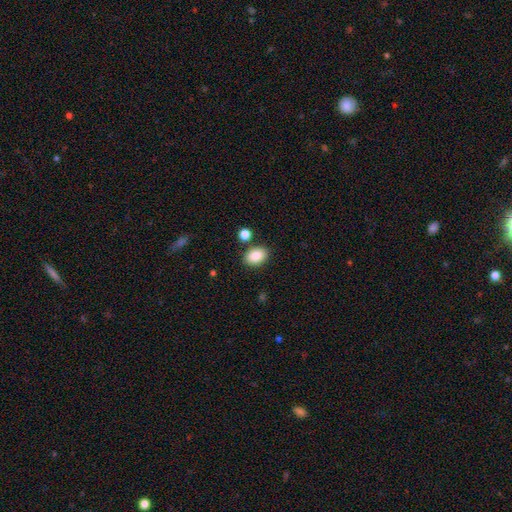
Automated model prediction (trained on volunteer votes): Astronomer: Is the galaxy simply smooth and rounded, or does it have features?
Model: smooth — 88%.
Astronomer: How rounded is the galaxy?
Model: in between — 82%.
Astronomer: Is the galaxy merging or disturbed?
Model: none — 82%.